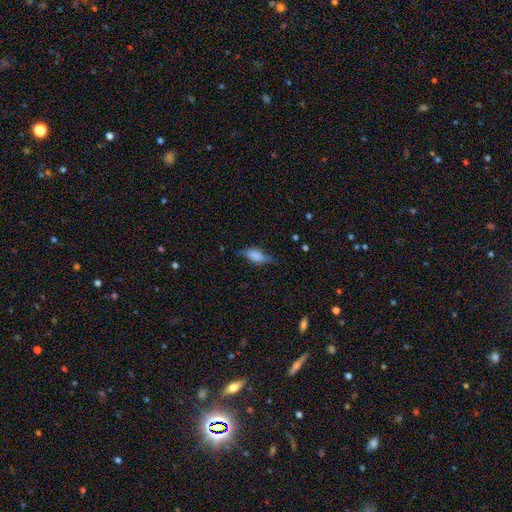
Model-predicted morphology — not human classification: Smooth or featured? smooth (66%)
How rounded? in between (75%)
Merging? none (64%)